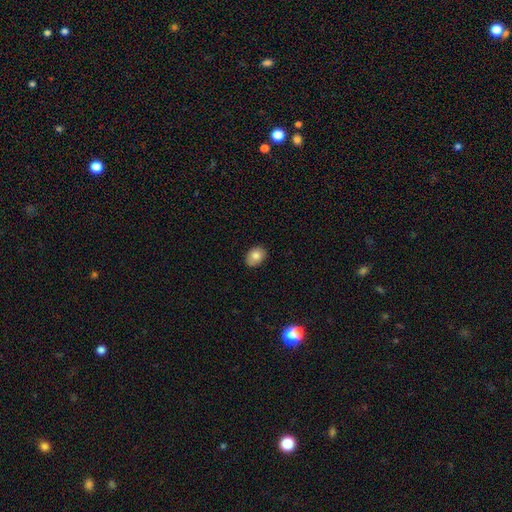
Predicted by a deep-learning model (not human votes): Smooth or featured?
  - smooth: 83% *
  - featured or disk: 8%
  - star or artifact: 8%
How rounded?
  - in between: 74% *
  - round: 25%
  - cigar-shaped: 1%
Merging?
  - none: 84% *
  - minor disturbance: 12%
  - major disturbance: 2%
  - merger: 1%